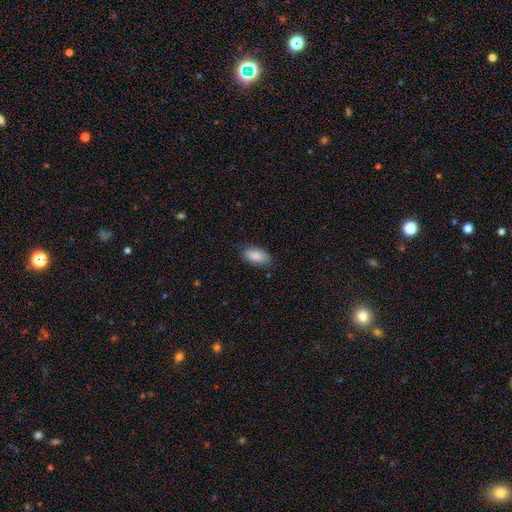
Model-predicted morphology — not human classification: Smooth or featured? Predicted: smooth (p=0.86). How rounded? Predicted: in between (p=0.94). Merging? Predicted: none (p=0.80).